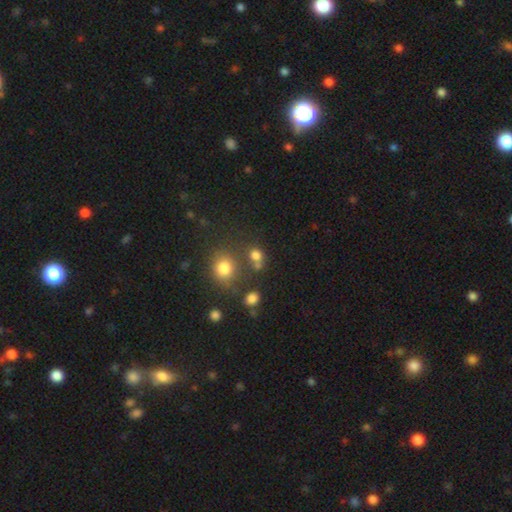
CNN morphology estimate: Q: Smooth or featured?
A: smooth (75%); runner-up: star or artifact (18%)
Q: How rounded?
A: round (72%); runner-up: in between (26%)
Q: Merging?
A: none (58%); runner-up: merger (25%)